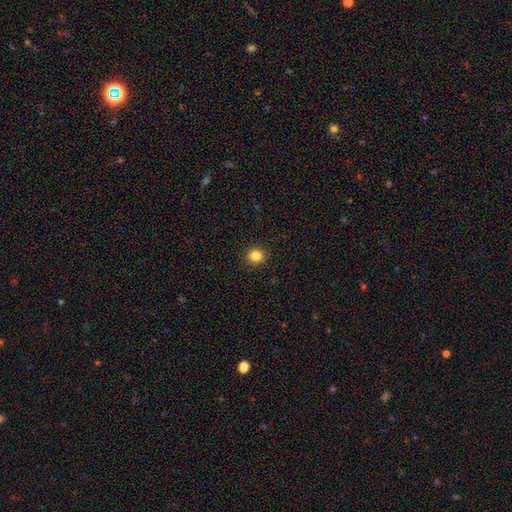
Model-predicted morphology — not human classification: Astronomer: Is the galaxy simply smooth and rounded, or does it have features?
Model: smooth — 84%.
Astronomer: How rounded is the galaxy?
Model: round — 87%.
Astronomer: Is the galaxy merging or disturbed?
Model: none — 92%.